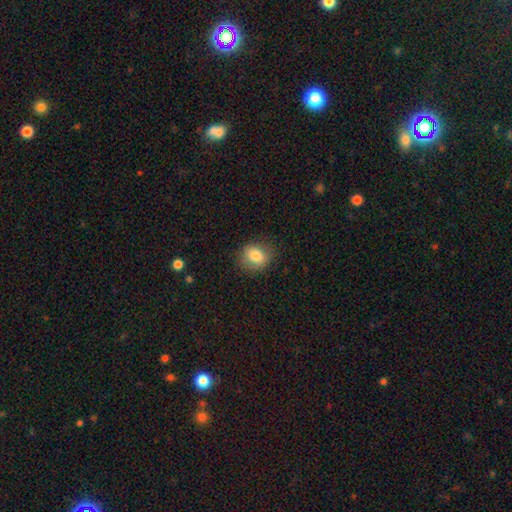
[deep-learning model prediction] smooth_or_featured: smooth (p=0.79) [alt: featured or disk p=0.12]
how_rounded: round (p=0.56) [alt: in between p=0.43]
merging: none (p=0.80) [alt: minor disturbance p=0.15]